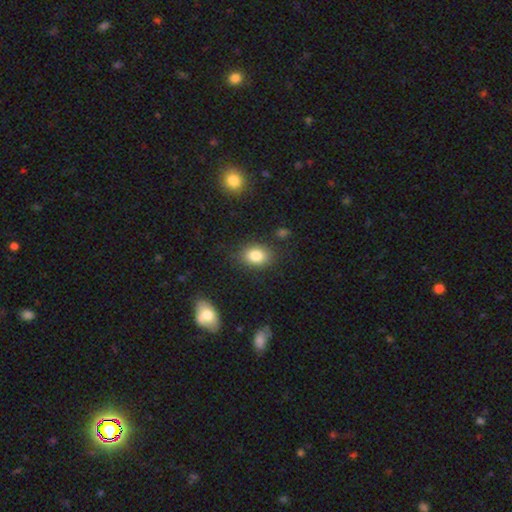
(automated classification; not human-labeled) Smooth or featured? smooth (84%)
How rounded? in between (64%)
Merging? none (82%)